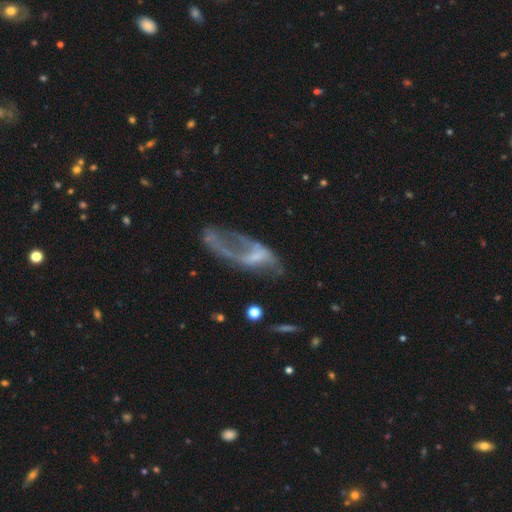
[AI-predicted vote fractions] Smooth or featured?
  - featured or disk: 62% *
  - smooth: 27%
  - star or artifact: 11%
Edge-on disk?
  - no: 92% *
  - yes: 8%
Bar?
  - no: 58% *
  - weak: 30%
  - strong: 12%
Spiral arms?
  - no: 55% *
  - yes: 45%
Bulge size?
  - none: 52% *
  - small: 27%
  - moderate: 16%
  - large: 3%
  - dominant: 1%
Merging?
  - major disturbance: 49% *
  - none: 25%
  - minor disturbance: 17%
  - merger: 8%